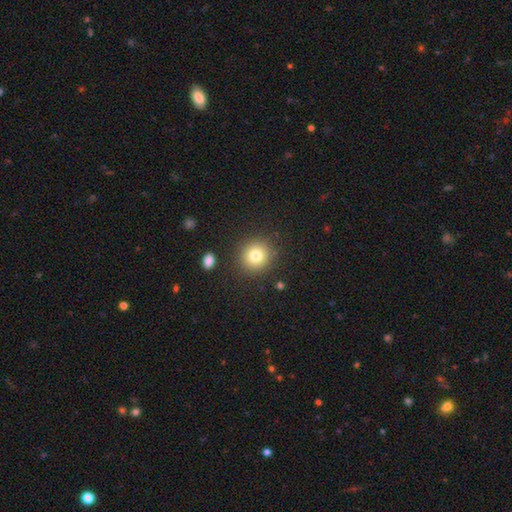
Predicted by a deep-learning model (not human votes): Morphology: type=smooth (79%); roundness=round (91%); merging=none (88%).